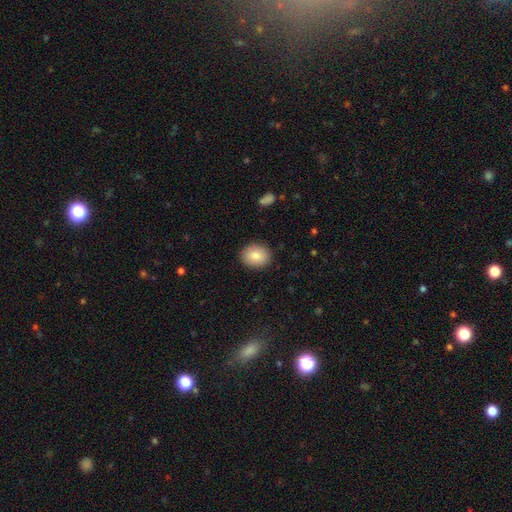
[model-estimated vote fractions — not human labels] Q: Smooth or featured?
A: smooth (84%); runner-up: featured or disk (8%)
Q: How rounded?
A: round (54%); runner-up: in between (46%)
Q: Merging?
A: none (88%); runner-up: minor disturbance (8%)